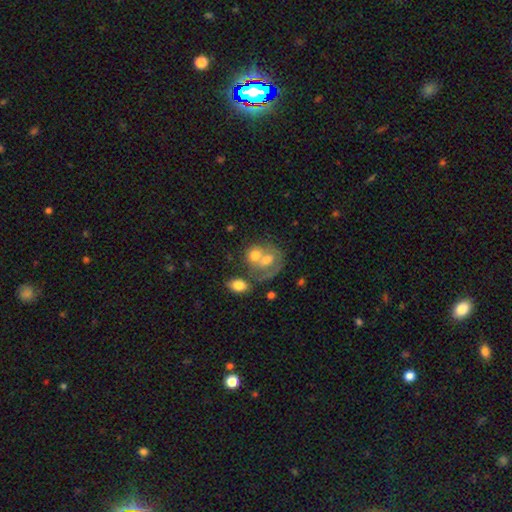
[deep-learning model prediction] Q: Smooth or featured?
A: smooth (51%); runner-up: featured or disk (40%)
Q: How rounded?
A: round (55%); runner-up: in between (43%)
Q: Merging?
A: merger (59%); runner-up: none (24%)